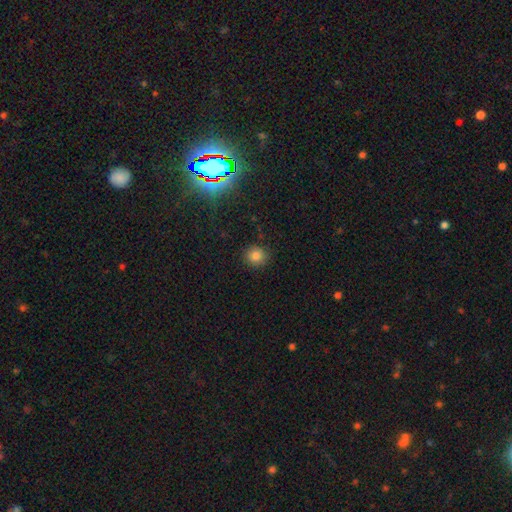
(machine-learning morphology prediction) Smooth or featured?
  - smooth: 81% *
  - star or artifact: 14%
  - featured or disk: 5%
How rounded?
  - round: 89% *
  - in between: 10%
  - cigar-shaped: 1%
Merging?
  - none: 89% *
  - minor disturbance: 7%
  - major disturbance: 2%
  - merger: 1%